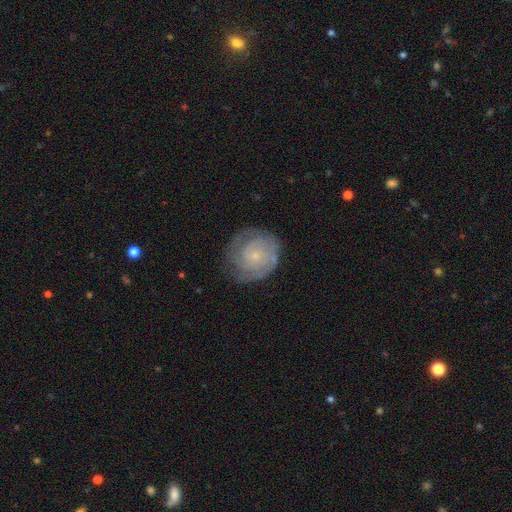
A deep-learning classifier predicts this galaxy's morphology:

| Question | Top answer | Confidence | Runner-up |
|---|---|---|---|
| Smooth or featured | featured or disk | 71% | smooth (22%) |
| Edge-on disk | no | 98% | yes (2%) |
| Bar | no | 79% | weak (19%) |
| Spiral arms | yes | 90% | no (10%) |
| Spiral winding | tight | 68% | medium (25%) |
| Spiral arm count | can't tell | 37% | 2 (32%) |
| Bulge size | small | 80% | moderate (13%) |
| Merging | none | 71% | minor disturbance (19%) |